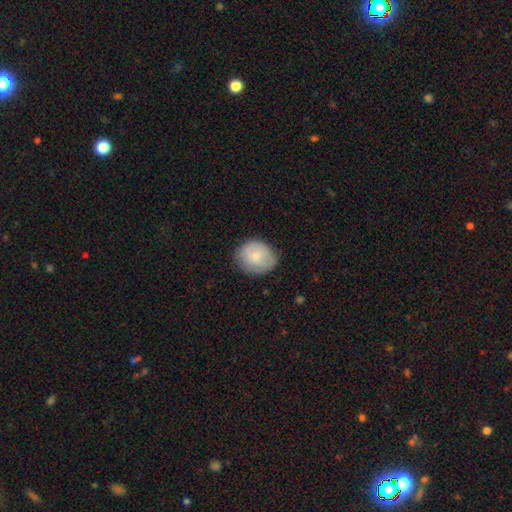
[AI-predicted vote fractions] Morphology: type=smooth (74%); roundness=round (62%); merging=none (75%).